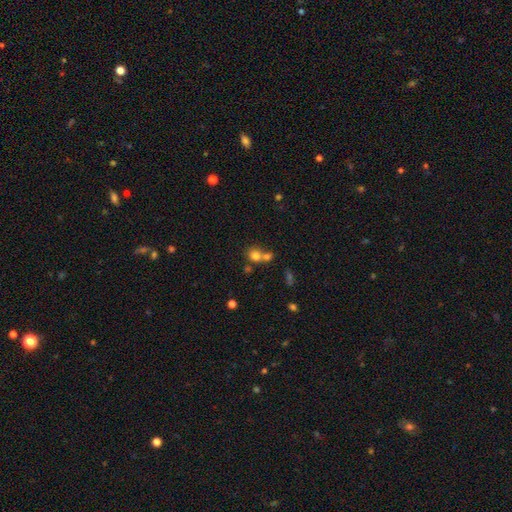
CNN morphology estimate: Smooth or featured? smooth (76%)
How rounded? round (77%)
Merging? merger (49%)